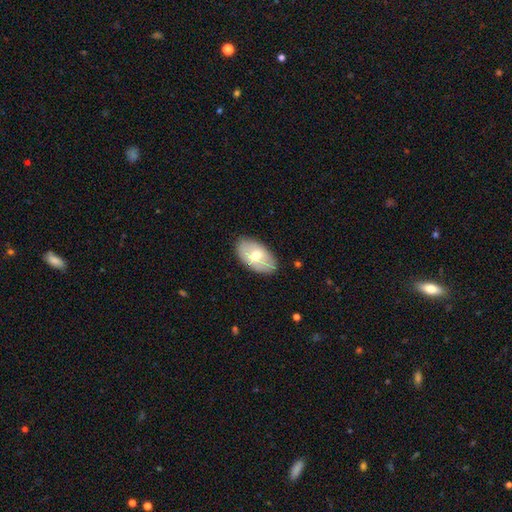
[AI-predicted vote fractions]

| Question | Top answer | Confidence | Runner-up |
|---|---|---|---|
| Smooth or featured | smooth | 61% | featured or disk (33%) |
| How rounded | in between | 94% | round (5%) |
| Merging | none | 83% | minor disturbance (13%) |